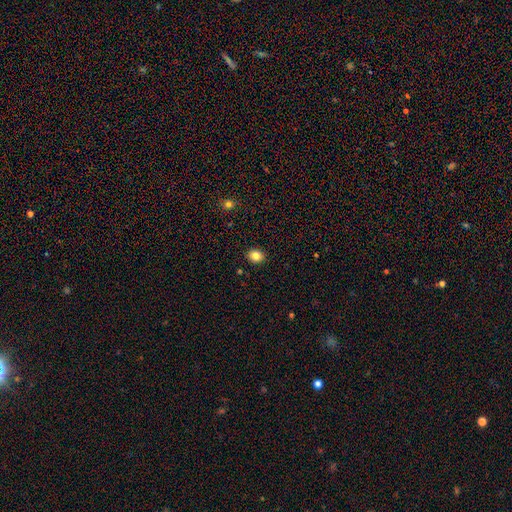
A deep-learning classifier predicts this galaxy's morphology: Overall: smooth (84%). How rounded: round (60%; in between 39%). Merging: none (91%).